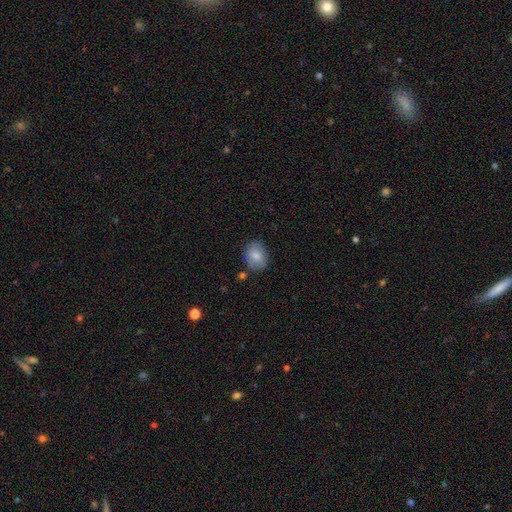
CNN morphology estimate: Smooth or featured? Predicted: smooth (p=0.79). How rounded? Predicted: in between (p=0.53). Merging? Predicted: none (p=0.73).